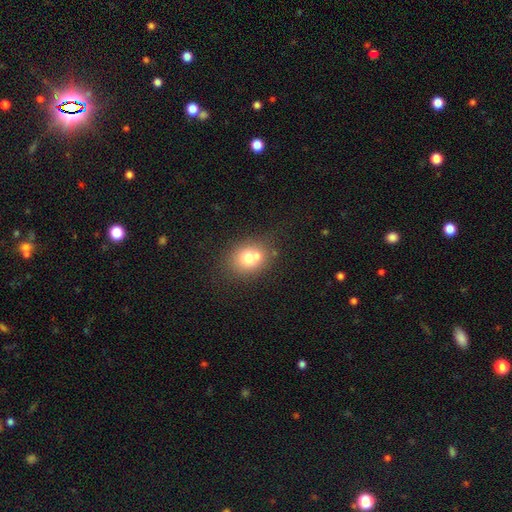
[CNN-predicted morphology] Q: Smooth or featured?
A: smooth (70%); runner-up: featured or disk (19%)
Q: How rounded?
A: round (60%); runner-up: in between (39%)
Q: Merging?
A: none (51%); runner-up: merger (33%)